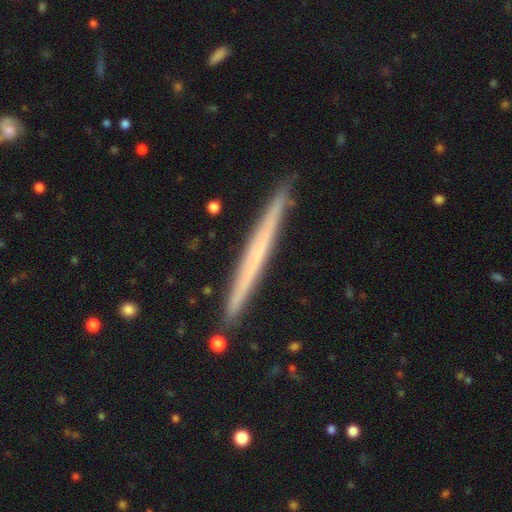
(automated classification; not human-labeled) A featured or disk galaxy (55%) viewed edge-on (97%) with no central bulge (87%). Merging: none (91%).